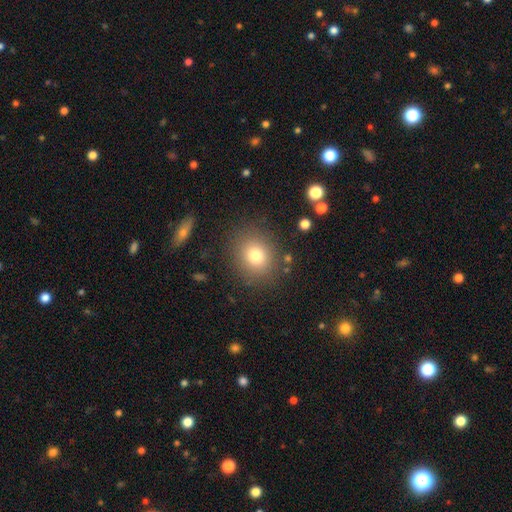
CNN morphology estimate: type=smooth (77%); roundness=round (68%); merging=none (84%).